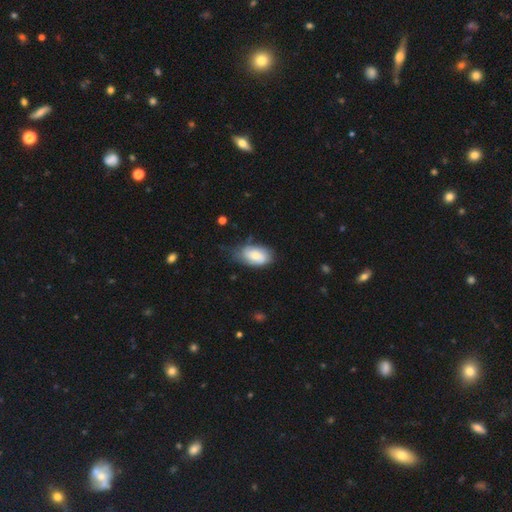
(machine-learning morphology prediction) type=smooth (66%); roundness=in between (92%); merging=none (54%).